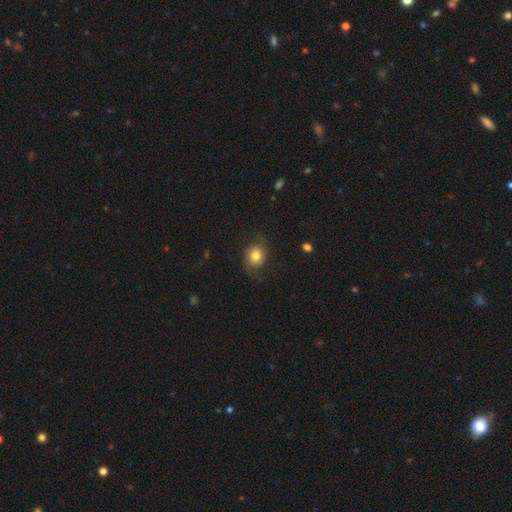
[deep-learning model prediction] Smooth or featured? Predicted: smooth (p=0.68). How rounded? Predicted: round (p=0.60). Merging? Predicted: none (p=0.67).